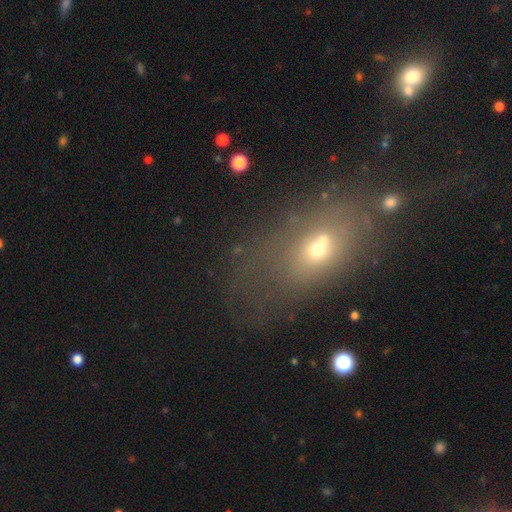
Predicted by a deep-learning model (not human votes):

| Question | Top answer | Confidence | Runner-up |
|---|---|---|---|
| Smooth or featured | smooth | 52% | star or artifact (27%) |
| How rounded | in between | 74% | round (22%) |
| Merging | none | 64% | minor disturbance (16%) |